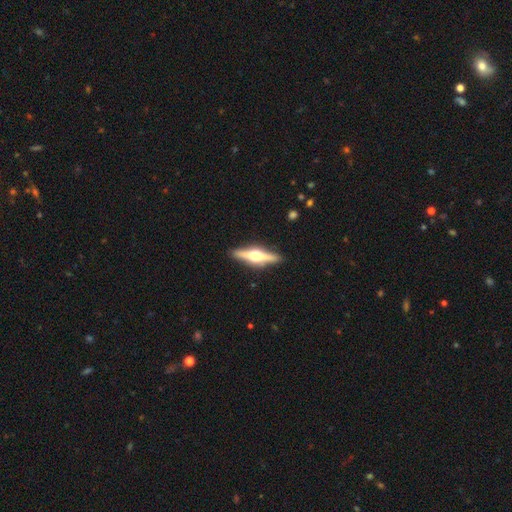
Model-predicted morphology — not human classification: Smooth or featured? Predicted: featured or disk (p=0.77). Edge-on disk? Predicted: yes (p=0.98). Edge-on bulge? Predicted: rounded (p=0.96). Merging? Predicted: none (p=0.91).